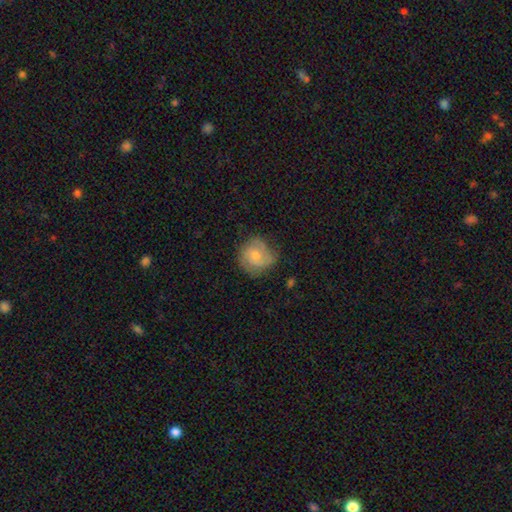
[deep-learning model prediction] Morphology: type=featured or disk (53%); edge-on=no (98%); bar=no (72%); spiral arms=yes (85%); bulge=small (49%); merging=none (68%).